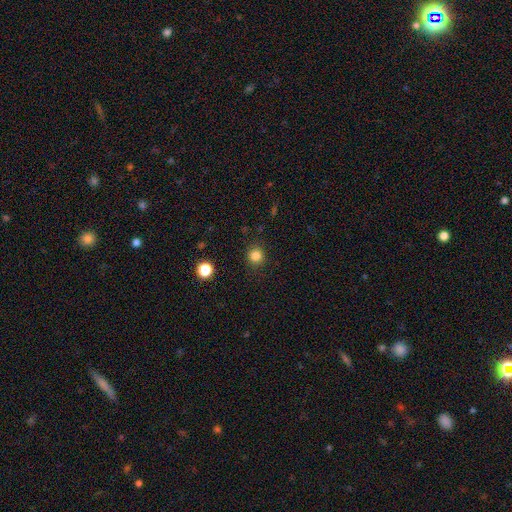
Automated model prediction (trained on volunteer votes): This is clearly a smooth galaxy (82%). How rounded: clearly round (91%). Merging: clearly none (89%).